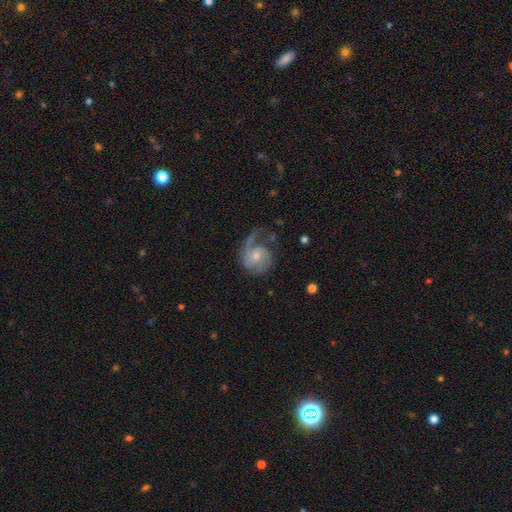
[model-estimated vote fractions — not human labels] smooth-or-featured: featured or disk: 80% | smooth: 14% | star or artifact: 6%
  disk-edge-on: no: 98% | yes: 2%
    bar: no: 65% | weak: 31% | strong: 4%
    has-spiral-arms: yes: 95% | no: 5%
      spiral-winding: medium: 44% | loose: 29% | tight: 27%
      spiral-arm-count: 2: 44% | 1: 34% | can't tell: 10% | 3: 8% | 4: 3% | more than 4: 2%
    bulge-size: small: 48% | moderate: 44% | none: 4% | large: 3% | dominant: 1%
  merging: none: 51% | major disturbance: 25% | minor disturbance: 22% | merger: 3%